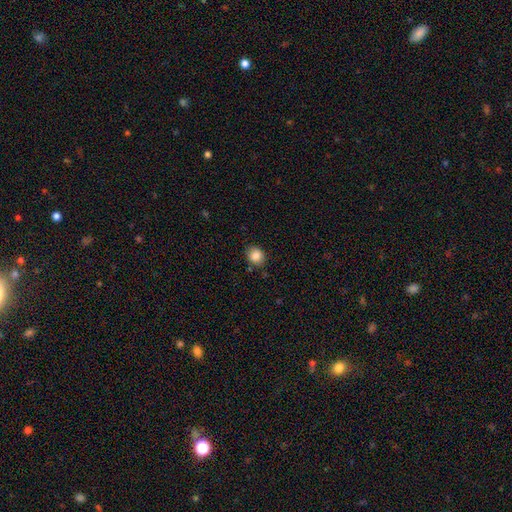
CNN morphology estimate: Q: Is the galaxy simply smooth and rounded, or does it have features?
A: smooth — 86%.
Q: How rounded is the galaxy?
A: round — 71%.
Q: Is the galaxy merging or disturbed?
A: none — 84%.